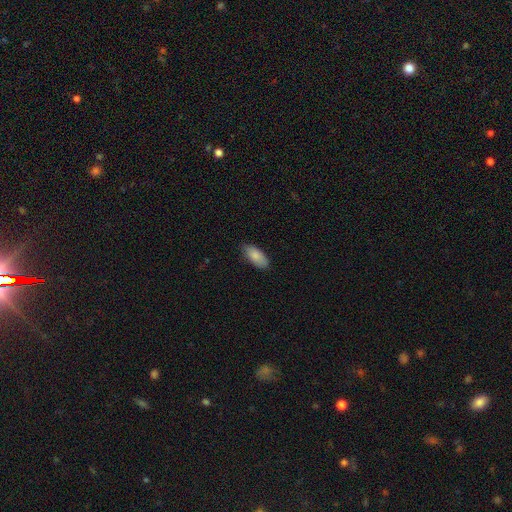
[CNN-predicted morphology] A smooth galaxy with no disk features (86%) that is in between round and cigar-shaped (88%). Merging: none (80%).